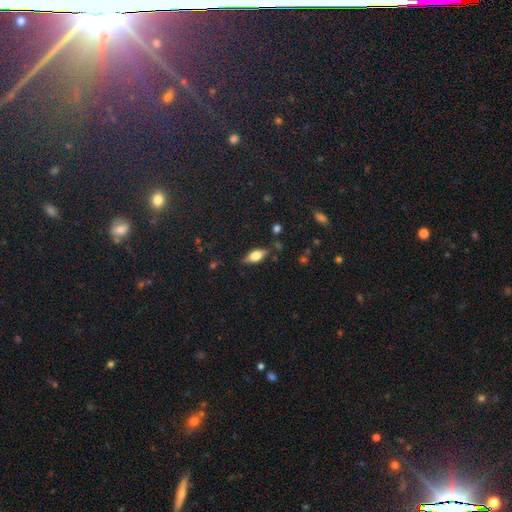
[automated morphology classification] Smooth or featured? Predicted: smooth (p=0.61). How rounded? Predicted: in between (p=0.79). Merging? Predicted: none (p=0.80).